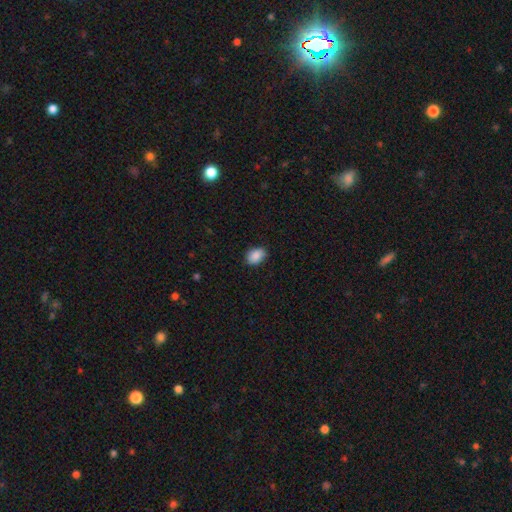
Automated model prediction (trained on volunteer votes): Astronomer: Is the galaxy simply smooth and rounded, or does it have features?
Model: smooth — 89%.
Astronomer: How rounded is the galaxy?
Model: in between — 79%.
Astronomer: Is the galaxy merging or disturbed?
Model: none — 85%.